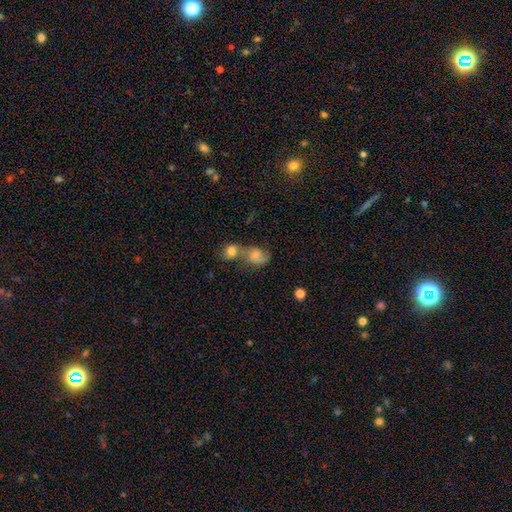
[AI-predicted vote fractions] Smooth or featured: smooth — 58% (featured or disk — 30%)
How rounded: in between — 56% (round — 42%)
Merging: merger — 62% (none — 22%)